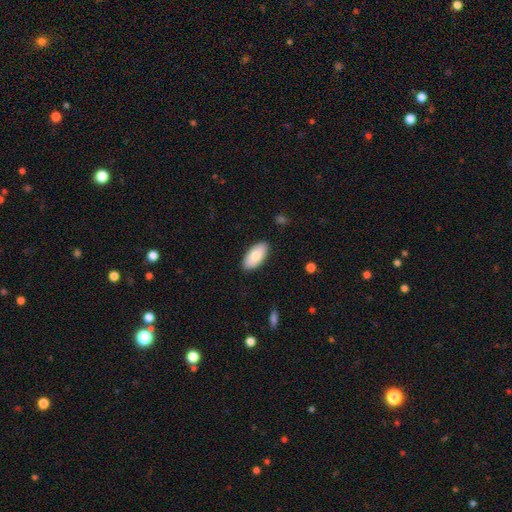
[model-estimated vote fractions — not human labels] Smooth or featured?
  - smooth: 78% *
  - featured or disk: 16%
  - star or artifact: 6%
How rounded?
  - in between: 94% *
  - cigar-shaped: 4%
  - round: 2%
Merging?
  - none: 87% *
  - minor disturbance: 10%
  - major disturbance: 2%
  - merger: 1%